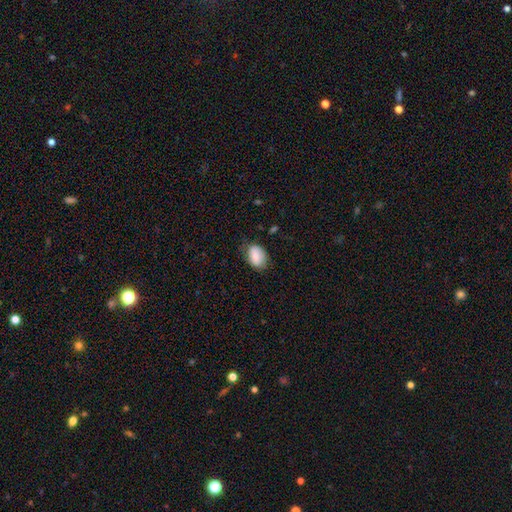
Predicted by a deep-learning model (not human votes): This appears to be a smooth galaxy with no disk features (77%) that is in between round and cigar-shaped (83%). Merging: none (67%).